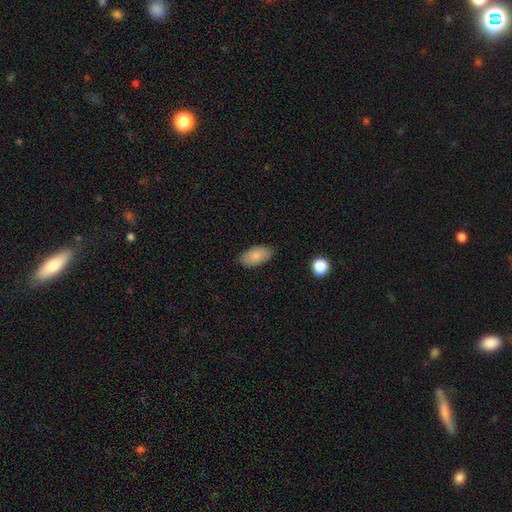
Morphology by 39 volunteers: Overall: smooth (90%). How rounded: in between (91%). Merging: none (82%).